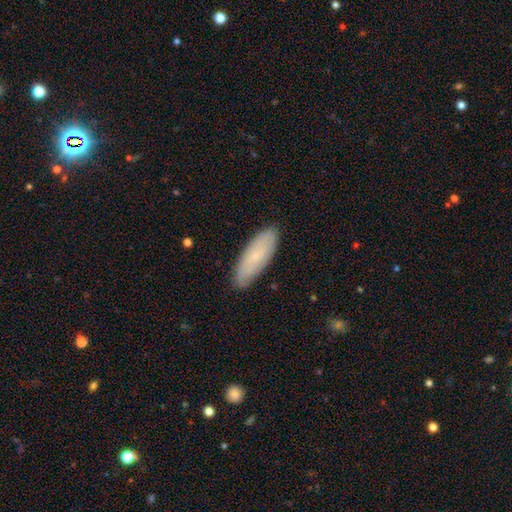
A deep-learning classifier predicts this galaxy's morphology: This appears to be a smooth galaxy with no disk features (70%) that is in between round and cigar-shaped (61%). Merging: none (85%).